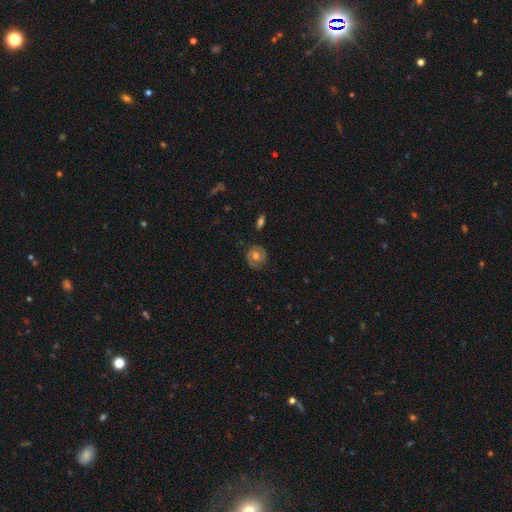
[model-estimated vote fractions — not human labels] featured or disk 63%, smooth 29%, star or artifact 8%. Down the decision tree: edge-on disk — no (97%); bar — no (63%); spiral arms — yes (87%); spiral arm count — 2 (81%); spiral winding — tight (56%); bulge size — moderate (71%); merging — none (81%).